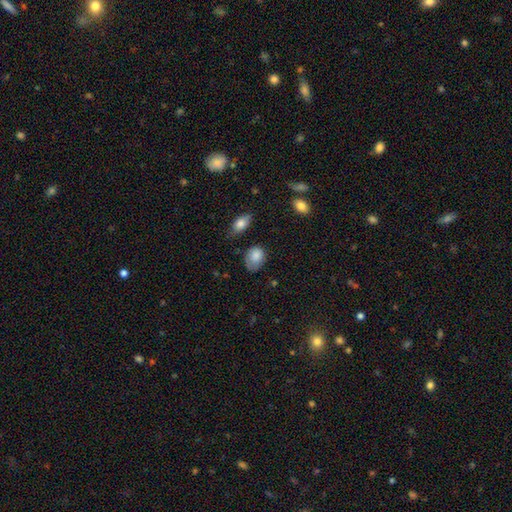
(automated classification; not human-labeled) Smooth or featured?
  - smooth: 82% *
  - featured or disk: 10%
  - star or artifact: 7%
How rounded?
  - in between: 69% *
  - round: 29%
  - cigar-shaped: 1%
Merging?
  - none: 50% *
  - minor disturbance: 35%
  - major disturbance: 12%
  - merger: 3%